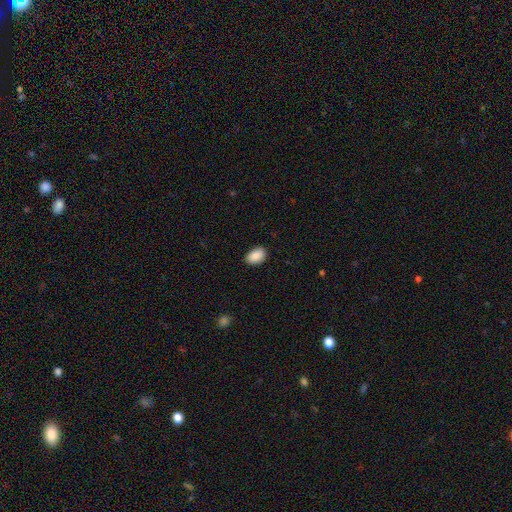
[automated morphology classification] smooth 89%, star or artifact 7%, featured or disk 4%. Down the decision tree: how rounded — in between (86%); merging — none (86%).